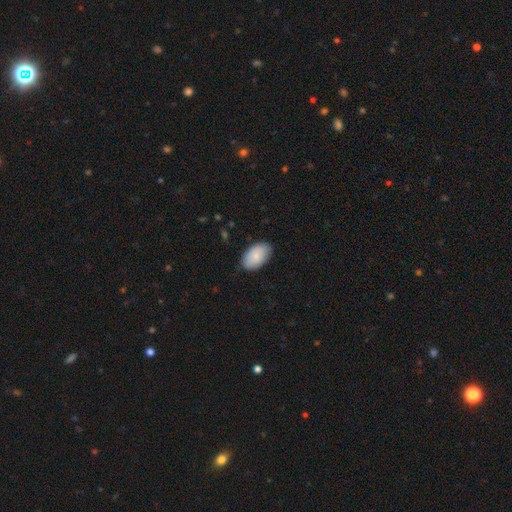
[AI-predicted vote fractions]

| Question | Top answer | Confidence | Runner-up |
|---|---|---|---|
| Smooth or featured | smooth | 83% | featured or disk (11%) |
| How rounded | in between | 94% | round (5%) |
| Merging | none | 83% | minor disturbance (14%) |